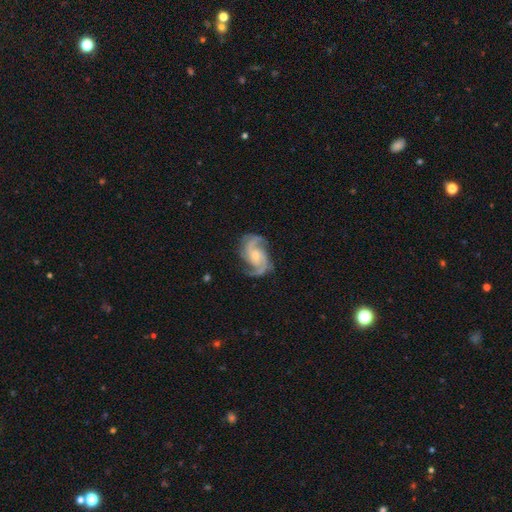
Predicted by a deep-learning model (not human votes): A featured or disk galaxy (92%) with no bar (59%), 2 (63%) medium (59%) spiral arms (98%) and a small central bulge (49%).

Vote fractions:
- Smooth or featured? featured or disk: 92% / star or artifact: 4% / smooth: 4%
- Edge-on disk? no: 98% / yes: 2%
- Bar? no: 59% / weak: 33% / strong: 8%
- Spiral arms? yes: 98% / no: 2%
- Spiral winding? medium: 59% / tight: 25% / loose: 16%
- Spiral arm count? 2: 63% / 3: 25% / can't tell: 4% / 4: 3% / 1: 2% / more than 4: 2%
- Bulge size? small: 49% / moderate: 43% / none: 4% / large: 2% / dominant: 1%
- Merging? none: 75% / minor disturbance: 17% / major disturbance: 7% / merger: 1%